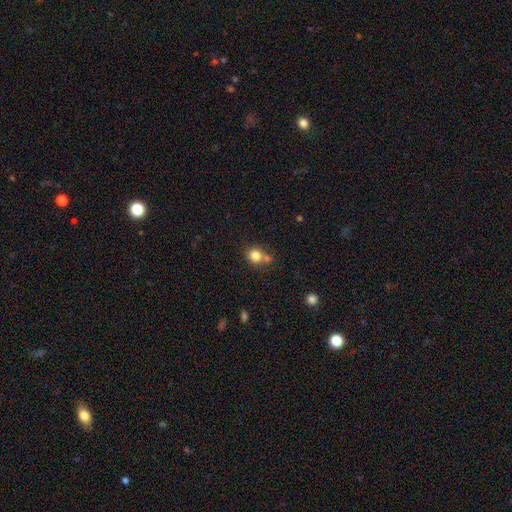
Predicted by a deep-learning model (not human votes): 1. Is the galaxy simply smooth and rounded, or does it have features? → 81% smooth, 11% star or artifact, 8% featured or disk.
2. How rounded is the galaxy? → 80% round, 19% in between, 1% cigar-shaped.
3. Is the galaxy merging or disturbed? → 54% none, 30% merger, 12% minor disturbance, 4% major disturbance.